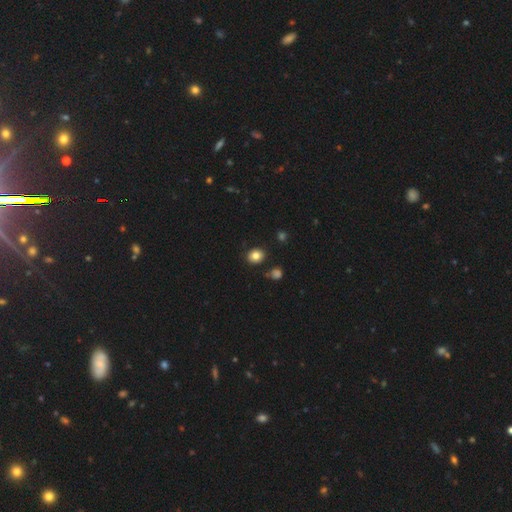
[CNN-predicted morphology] type=smooth (83%); roundness=round (72%); merging=none (87%).